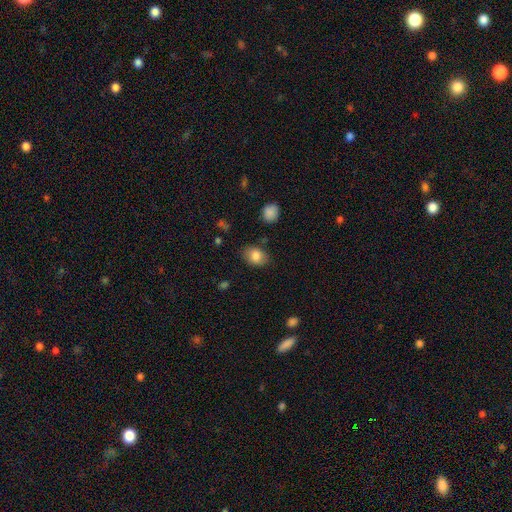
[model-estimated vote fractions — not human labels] This appears to be a smooth galaxy with no disk features (83%) that is in between round and cigar-shaped (67%). Merging: none (83%).